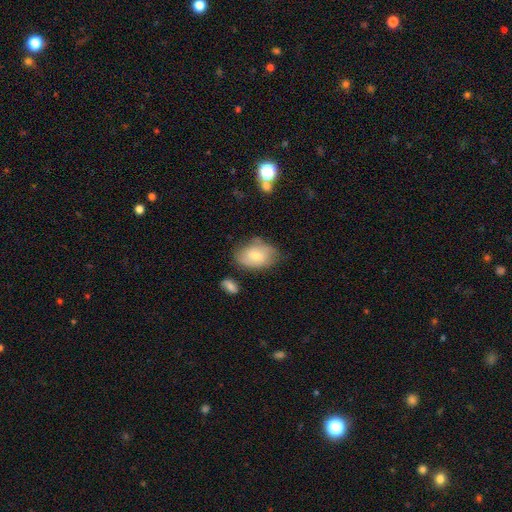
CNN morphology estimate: smooth-or-featured: smooth: 66% | featured or disk: 27% | star or artifact: 7%
  how-rounded: in between: 82% | round: 17% | cigar-shaped: 1%
  merging: none: 61% | minor disturbance: 27% | major disturbance: 7% | merger: 5%